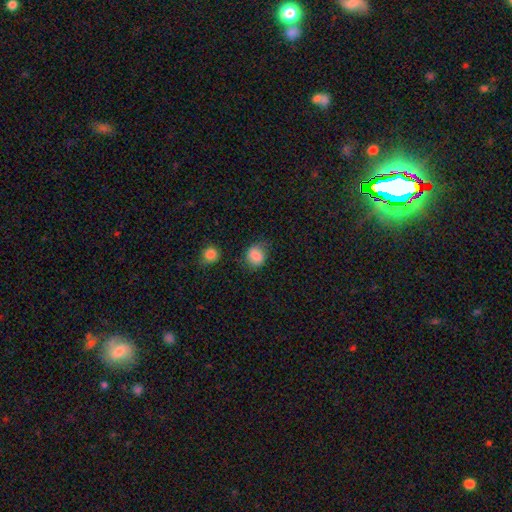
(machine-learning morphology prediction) This is clearly a smooth galaxy (84%). How rounded: likely round (62%). Merging: likely none (65%).